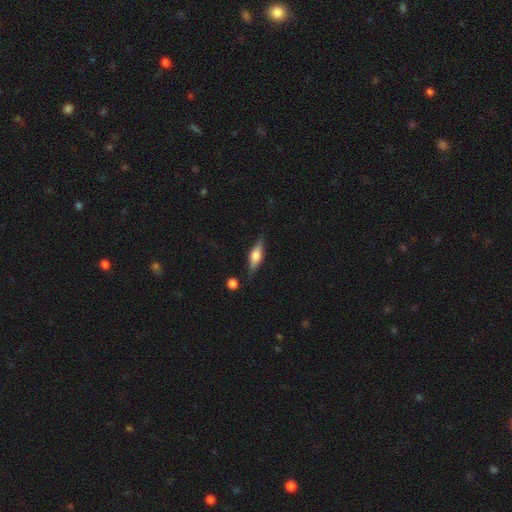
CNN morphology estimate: type=featured or disk (59%); edge-on=yes (94%); edge-on bulge=rounded (86%); merging=none (81%).